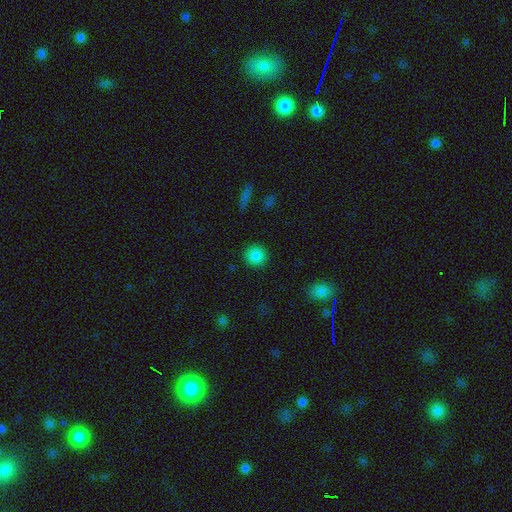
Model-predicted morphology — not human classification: Smooth or featured: smooth — 86% (star or artifact — 10%)
How rounded: round — 93% (in between — 6%)
Merging: none — 90% (minor disturbance — 6%)